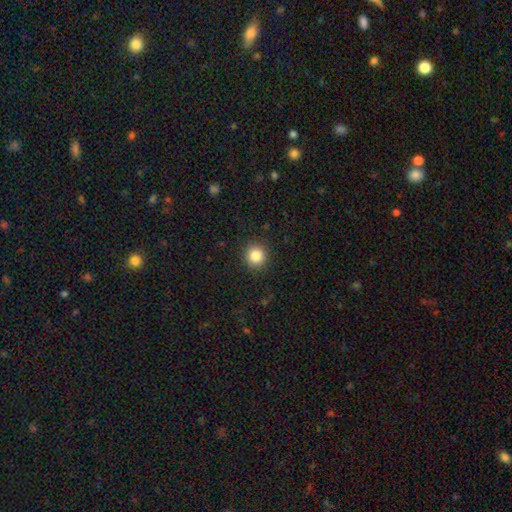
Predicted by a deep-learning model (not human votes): Smooth or featured?
  - smooth: 85% *
  - star or artifact: 10%
  - featured or disk: 5%
How rounded?
  - round: 92% *
  - in between: 7%
  - cigar-shaped: 1%
Merging?
  - none: 91% *
  - minor disturbance: 6%
  - major disturbance: 2%
  - merger: 1%